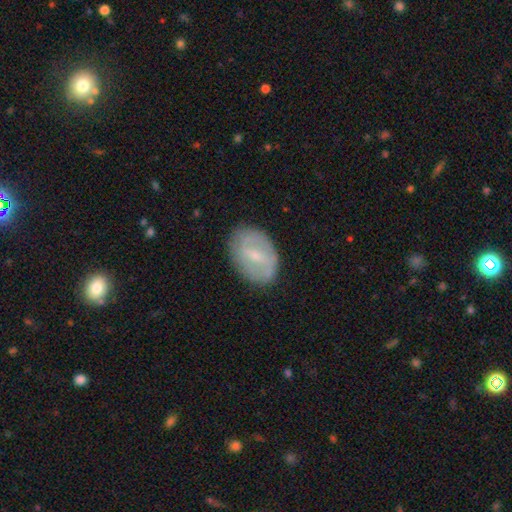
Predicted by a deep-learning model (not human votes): smooth_or_featured: featured or disk (p=0.52) [alt: smooth p=0.42]
disk_edge_on: no (p=0.94) [alt: yes p=0.06]
merging: none (p=0.80) [alt: minor disturbance p=0.15]